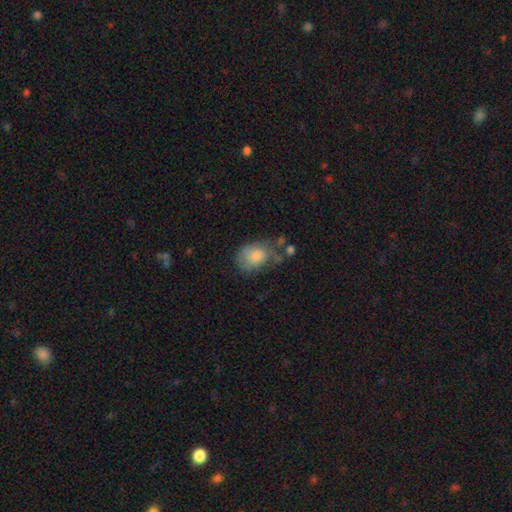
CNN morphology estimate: A smooth galaxy with no disk features (72%) that is in between round and cigar-shaped (70%).

Vote fractions:
- Smooth or featured? smooth: 72% / featured or disk: 20% / star or artifact: 8%
- How rounded? in between: 70% / round: 29% / cigar-shaped: 1%
- Merging? none: 40% / minor disturbance: 32% / major disturbance: 18% / merger: 9%